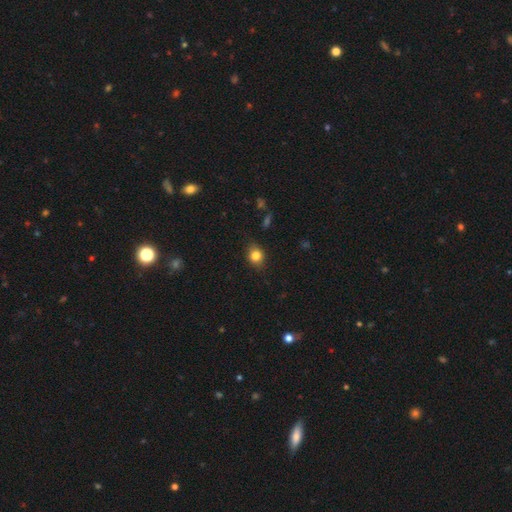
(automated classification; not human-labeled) A smooth galaxy with no disk features (80%) that is round (52%).

Vote fractions:
- Smooth or featured? smooth: 80% / star or artifact: 11% / featured or disk: 9%
- How rounded? round: 52% / in between: 46% / cigar-shaped: 2%
- Merging? none: 82% / minor disturbance: 14% / major disturbance: 3% / merger: 1%